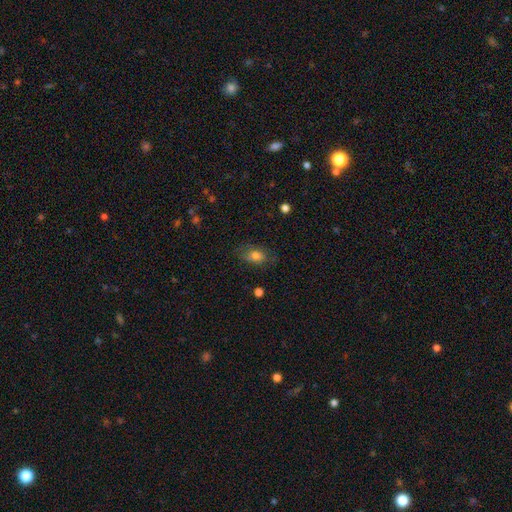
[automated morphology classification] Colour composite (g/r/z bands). It shows a smooth galaxy with no disk features (76%) that is in between round and cigar-shaped (83%). Merging: none (70%).